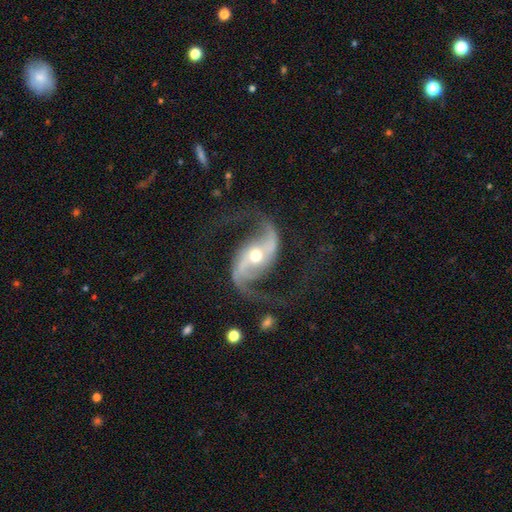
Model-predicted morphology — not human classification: A featured or disk galaxy (93%) with a strong bar (36%), 2 (95%) loose (71%) spiral arms (98%) and a moderate central bulge (68%).

Vote fractions:
- Smooth or featured? featured or disk: 93% / star or artifact: 4% / smooth: 3%
- Edge-on disk? no: 98% / yes: 2%
- Bar? strong: 36% / no: 34% / weak: 30%
- Spiral arms? yes: 98% / no: 2%
- Spiral winding? loose: 71% / medium: 24% / tight: 6%
- Spiral arm count? 2: 95% / 1: 1% / can't tell: 1% / 3: 1% / 4: 1% / more than 4: 1%
- Bulge size? moderate: 68% / small: 24% / large: 5% / dominant: 1% / none: 1%
- Merging? none: 76% / minor disturbance: 12% / major disturbance: 10% / merger: 2%